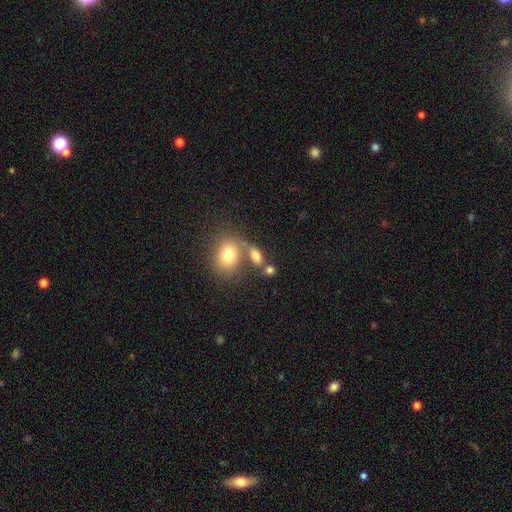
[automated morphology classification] A smooth galaxy with no disk features (77%) that is in between round and cigar-shaped (74%).

Vote fractions:
- Smooth or featured? smooth: 77% / featured or disk: 12% / star or artifact: 11%
- How rounded? in between: 74% / round: 19% / cigar-shaped: 7%
- Merging? none: 46% / merger: 34% / minor disturbance: 13% / major disturbance: 7%